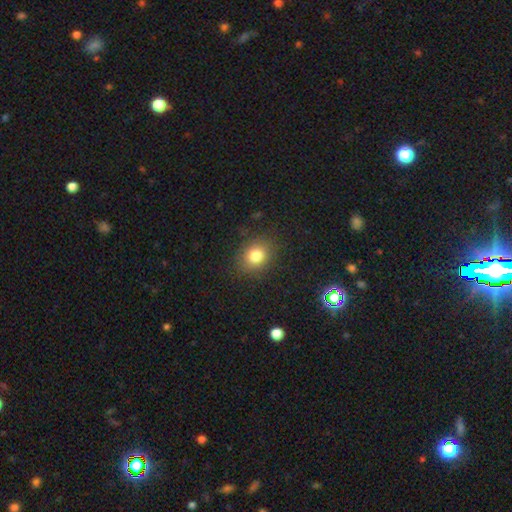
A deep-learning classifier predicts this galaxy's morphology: This appears to be a smooth galaxy with no disk features (80%) that is round (55%). Merging: none (84%).